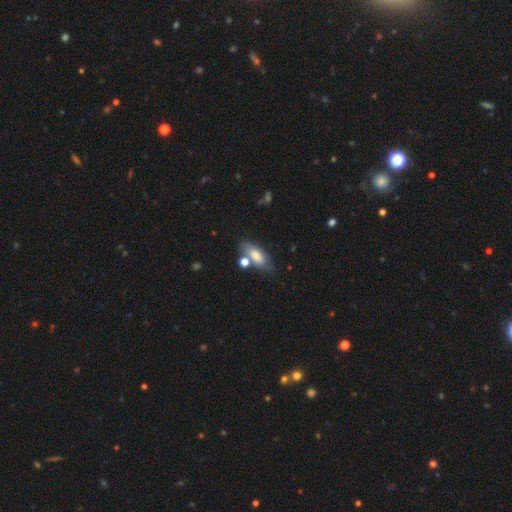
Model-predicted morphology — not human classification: Smooth or featured?
  - smooth: 73% *
  - featured or disk: 19%
  - star or artifact: 8%
How rounded?
  - in between: 83% *
  - cigar-shaped: 13%
  - round: 4%
Merging?
  - none: 55% *
  - minor disturbance: 20%
  - merger: 17%
  - major disturbance: 8%